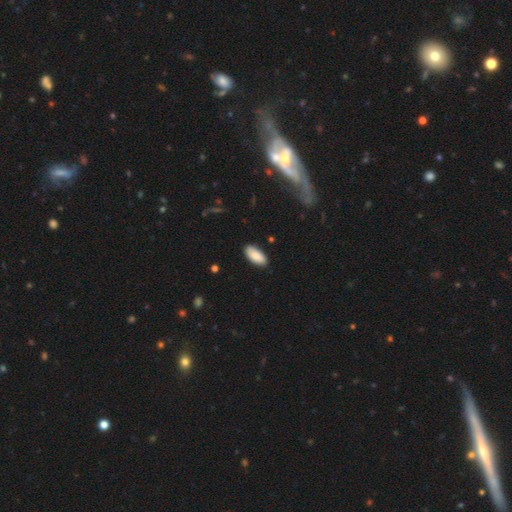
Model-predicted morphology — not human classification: smooth 87%, featured or disk 7%, star or artifact 6%. Down the decision tree: how rounded — in between (91%); merging — none (85%).